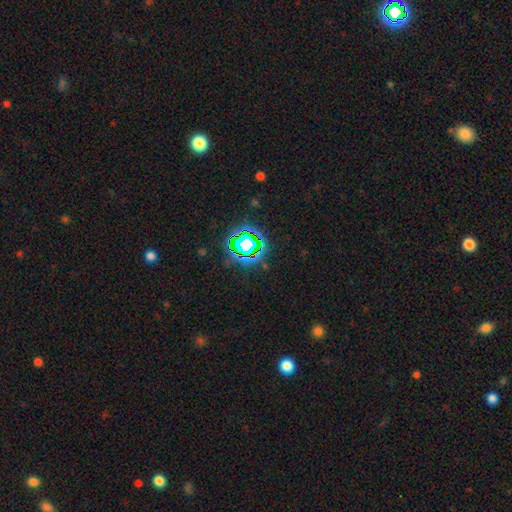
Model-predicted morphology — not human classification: Smooth or featured: star or artifact — 78% (smooth — 13%)